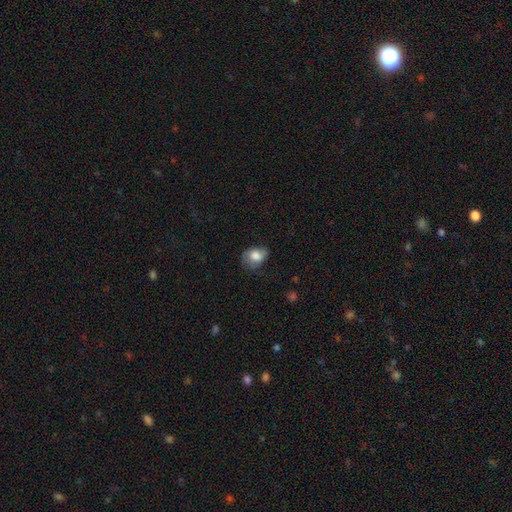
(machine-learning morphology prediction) smooth 78%, featured or disk 14%, star or artifact 8%. Down the decision tree: how rounded — in between (59%); merging — none (49%).